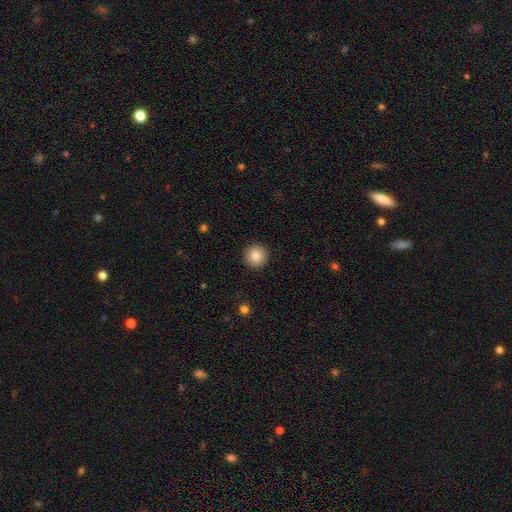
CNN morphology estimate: Smooth or featured? Predicted: smooth (p=0.84). How rounded? Predicted: round (p=0.96). Merging? Predicted: none (p=0.93).